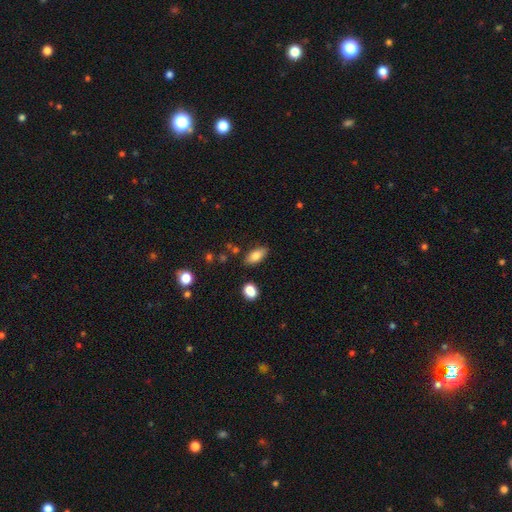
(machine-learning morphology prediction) smooth_or_featured: smooth (p=0.80) [alt: featured or disk p=0.12]
how_rounded: in between (p=0.87) [alt: cigar-shaped p=0.09]
merging: none (p=0.82) [alt: minor disturbance p=0.12]